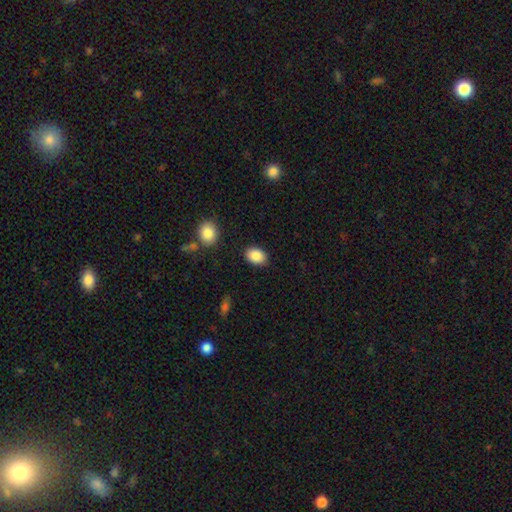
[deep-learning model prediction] Overall: smooth (88%). How rounded: in between (79%). Merging: none (87%).